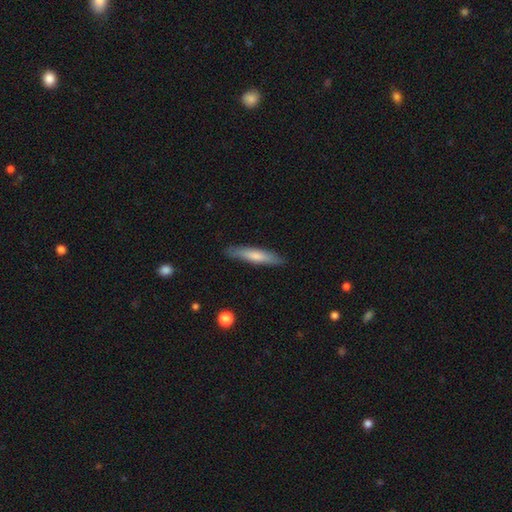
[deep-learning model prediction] This appears to be a smooth galaxy with no disk features (68%) that is cigar-shaped (87%). Merging: none (87%).